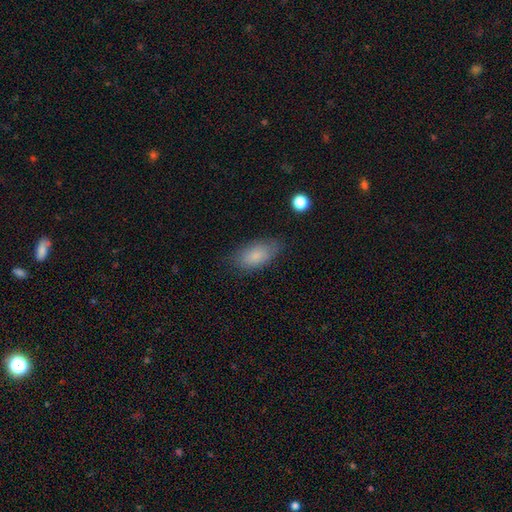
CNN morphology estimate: Overall: smooth (84%). How rounded: in between (90%). Merging: none (77%).